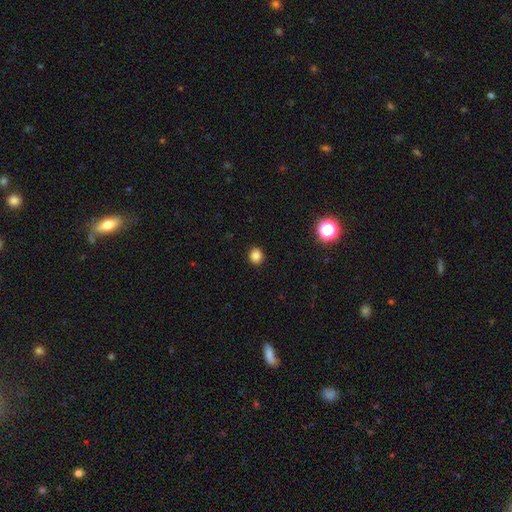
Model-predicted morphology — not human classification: Q: Smooth or featured?
A: smooth (84%); runner-up: star or artifact (12%)
Q: How rounded?
A: round (81%); runner-up: in between (18%)
Q: Merging?
A: none (92%); runner-up: minor disturbance (5%)